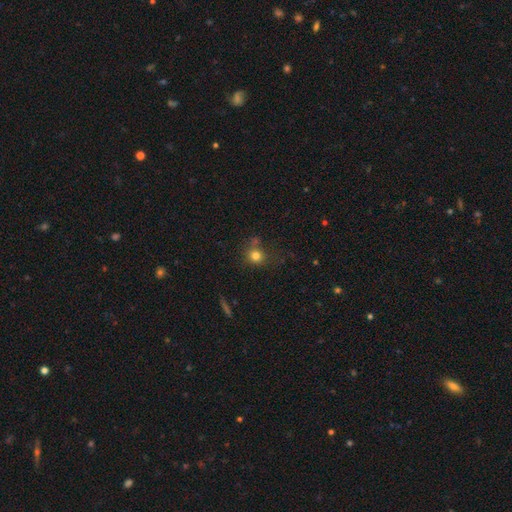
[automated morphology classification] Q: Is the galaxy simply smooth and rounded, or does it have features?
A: smooth — 78%.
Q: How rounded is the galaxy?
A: round — 86%.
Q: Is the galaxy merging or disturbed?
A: none — 61%.